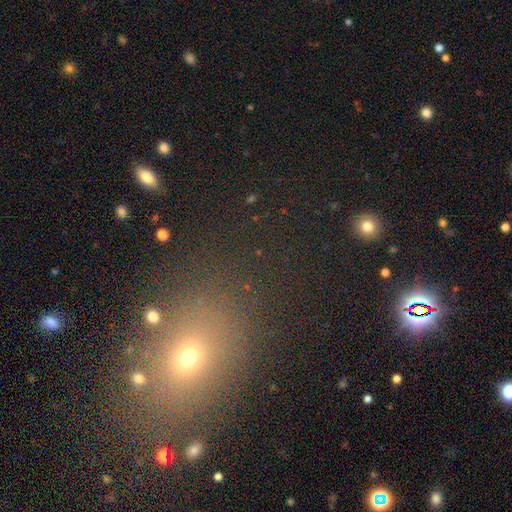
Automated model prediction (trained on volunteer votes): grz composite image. It shows a smooth galaxy with no disk features (50%). Merging: none (82%).